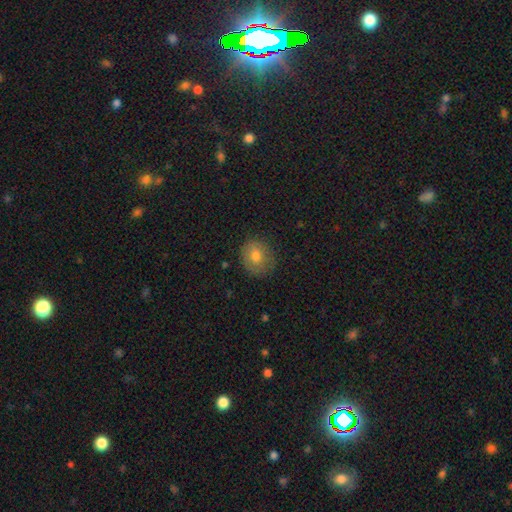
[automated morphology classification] smooth 73%, featured or disk 18%, star or artifact 10%. Down the decision tree: how rounded — round (76%); merging — none (81%).